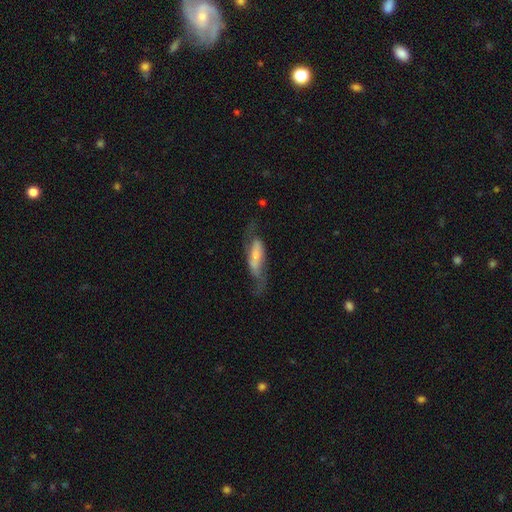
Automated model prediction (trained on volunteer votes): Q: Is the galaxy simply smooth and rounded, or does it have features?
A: featured or disk — 63%.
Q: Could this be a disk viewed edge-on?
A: no — 78%.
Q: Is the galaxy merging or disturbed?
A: none — 52%.